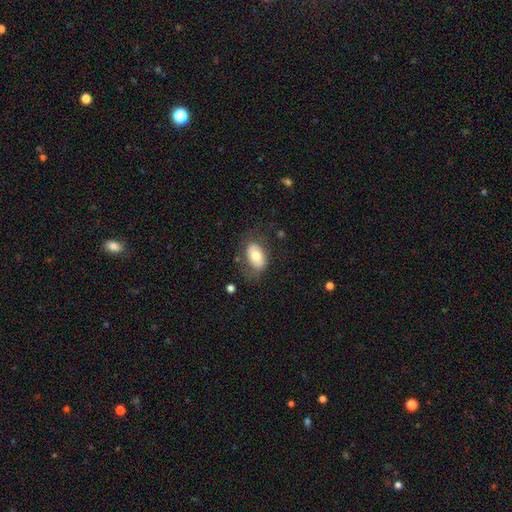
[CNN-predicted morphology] smooth_or_featured: smooth (p=0.67) [alt: featured or disk p=0.26]
how_rounded: in between (p=0.89) [alt: round p=0.09]
merging: none (p=0.68) [alt: minor disturbance p=0.20]